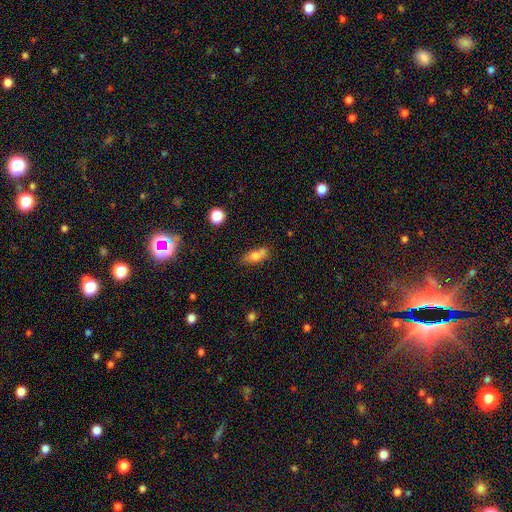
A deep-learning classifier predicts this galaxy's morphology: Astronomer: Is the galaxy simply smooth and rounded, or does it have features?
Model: smooth — 73%.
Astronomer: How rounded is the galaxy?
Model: in between — 75%.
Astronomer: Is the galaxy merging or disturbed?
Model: none — 50% (runner-up: merger, 26%).